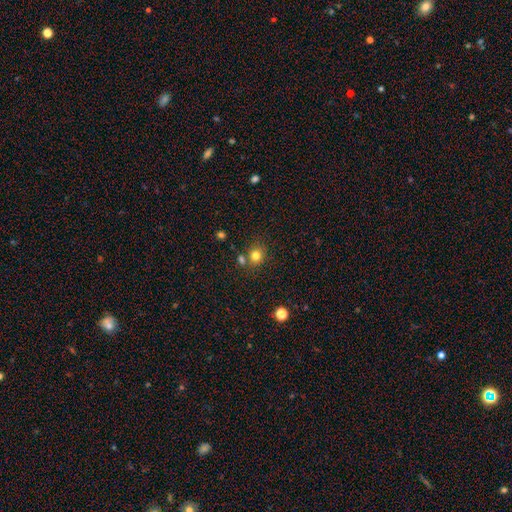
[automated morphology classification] smooth 78%, star or artifact 14%, featured or disk 7%. Down the decision tree: how rounded — round (78%); merging — none (69%).